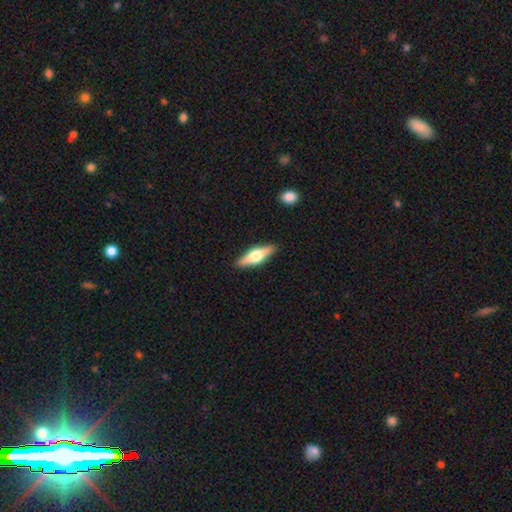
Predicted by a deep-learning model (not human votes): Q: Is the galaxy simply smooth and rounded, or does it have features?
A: featured or disk — 61%.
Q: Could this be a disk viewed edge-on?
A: yes — 96%.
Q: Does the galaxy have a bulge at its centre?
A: rounded — 93%.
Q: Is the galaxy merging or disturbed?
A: none — 90%.